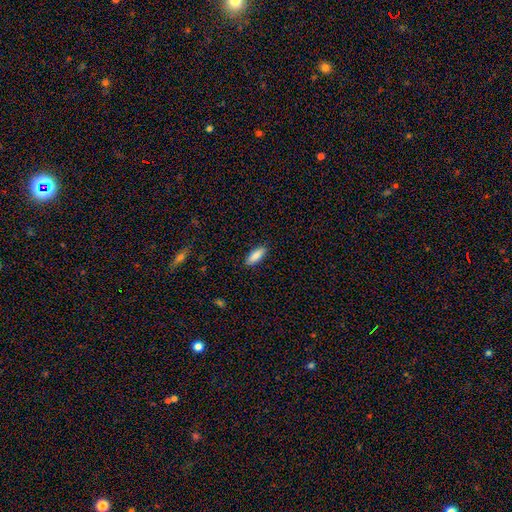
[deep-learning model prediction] smooth-or-featured: smooth: 86% | featured or disk: 7% | star or artifact: 6%
  how-rounded: in between: 73% | cigar-shaped: 26% | round: 2%
  merging: none: 89% | minor disturbance: 9% | major disturbance: 2% | merger: 1%